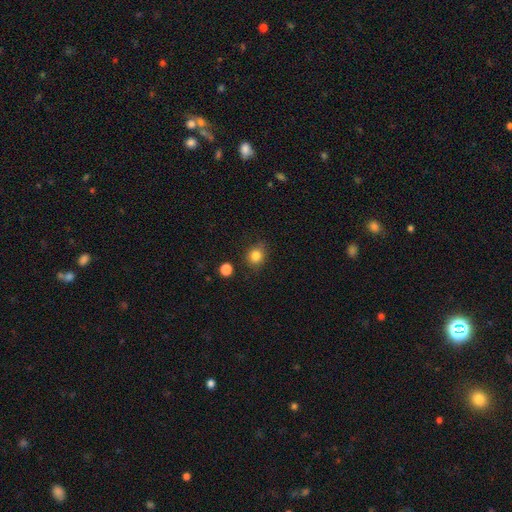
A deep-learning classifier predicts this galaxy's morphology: A smooth galaxy with no disk features (83%) that is round (76%).

Vote fractions:
- Smooth or featured? smooth: 83% / star or artifact: 11% / featured or disk: 6%
- How rounded? round: 76% / in between: 23% / cigar-shaped: 1%
- Merging? none: 81% / minor disturbance: 13% / major disturbance: 3% / merger: 3%